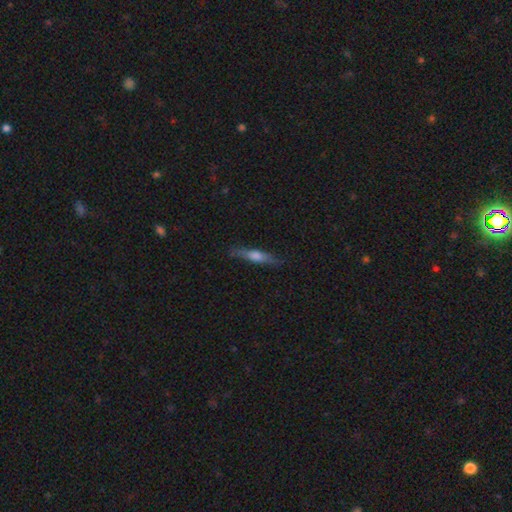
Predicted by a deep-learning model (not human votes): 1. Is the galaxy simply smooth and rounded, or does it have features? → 53% featured or disk, 40% smooth, 7% star or artifact.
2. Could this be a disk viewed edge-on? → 94% yes, 6% no.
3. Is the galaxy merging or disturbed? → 85% none, 11% minor disturbance, 2% major disturbance, 1% merger.